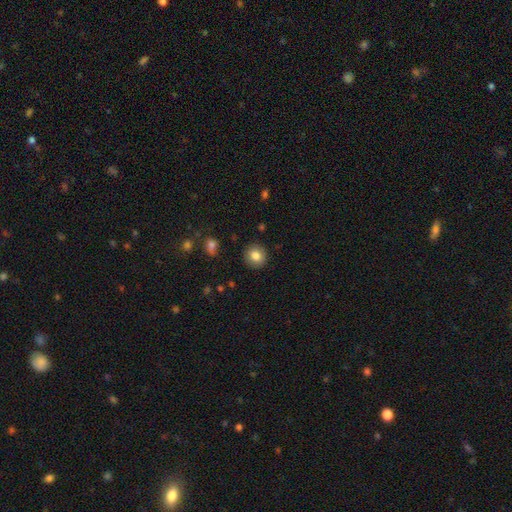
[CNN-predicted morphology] A smooth galaxy with no disk features (83%) that is round (88%). Merging: none (90%).